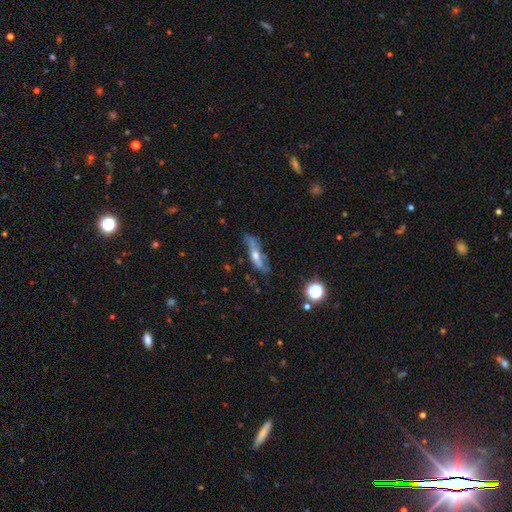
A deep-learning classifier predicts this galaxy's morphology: smooth_or_featured: featured or disk (p=0.59) [alt: smooth p=0.31]
disk_edge_on: yes (p=0.59) [alt: no p=0.41]
merging: none (p=0.54) [alt: minor disturbance p=0.28]